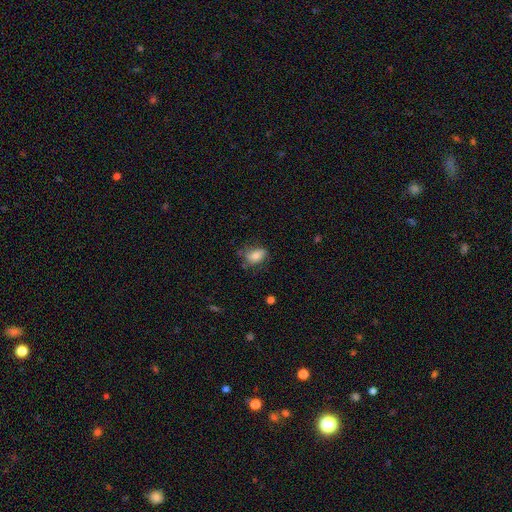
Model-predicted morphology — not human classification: A smooth galaxy with no disk features (76%) that is in between round and cigar-shaped (83%).

Vote fractions:
- Smooth or featured? smooth: 76% / featured or disk: 15% / star or artifact: 9%
- How rounded? in between: 83% / round: 14% / cigar-shaped: 3%
- Merging? none: 60% / minor disturbance: 27% / major disturbance: 10% / merger: 3%